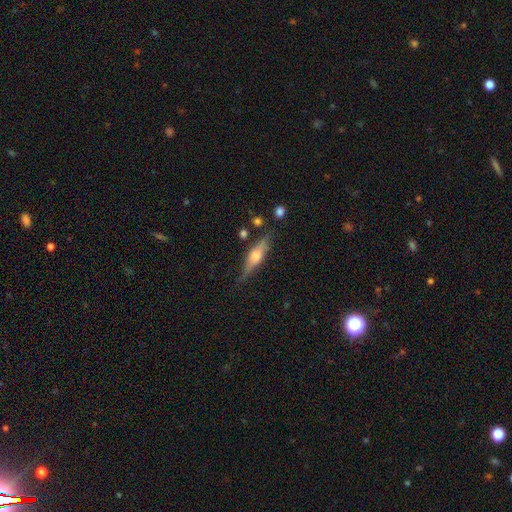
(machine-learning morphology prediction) type=featured or disk (68%); edge-on=yes (95%); edge-on bulge=rounded (91%); merging=none (80%).